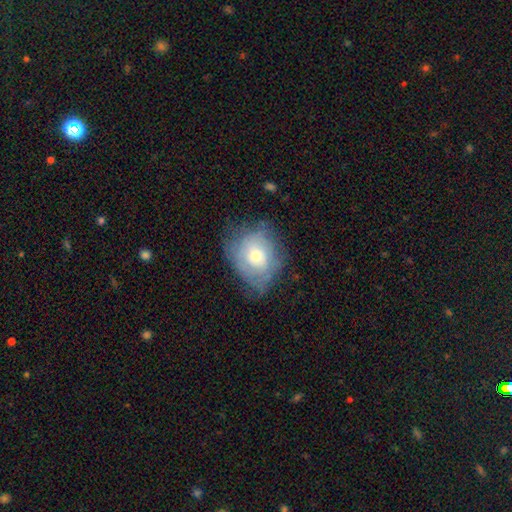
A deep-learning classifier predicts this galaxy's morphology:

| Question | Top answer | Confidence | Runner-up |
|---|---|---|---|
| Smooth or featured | featured or disk | 46% | tied: smooth (46%) |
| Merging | none | 58% | minor disturbance (28%) |